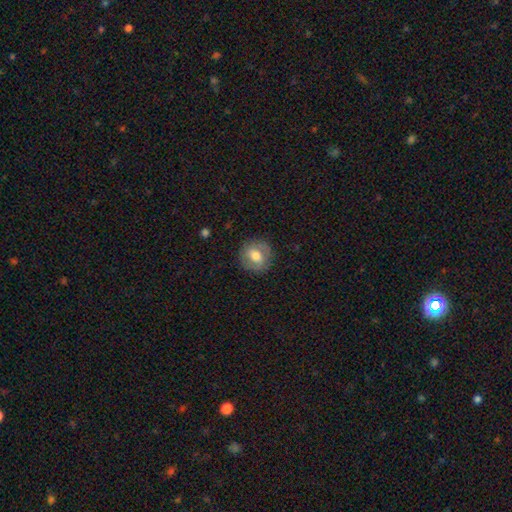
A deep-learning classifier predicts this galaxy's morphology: Smooth or featured?
  - smooth: 54% *
  - featured or disk: 38%
  - star or artifact: 8%
How rounded?
  - round: 82% *
  - in between: 17%
  - cigar-shaped: 1%
Merging?
  - none: 83% *
  - minor disturbance: 12%
  - major disturbance: 4%
  - merger: 1%